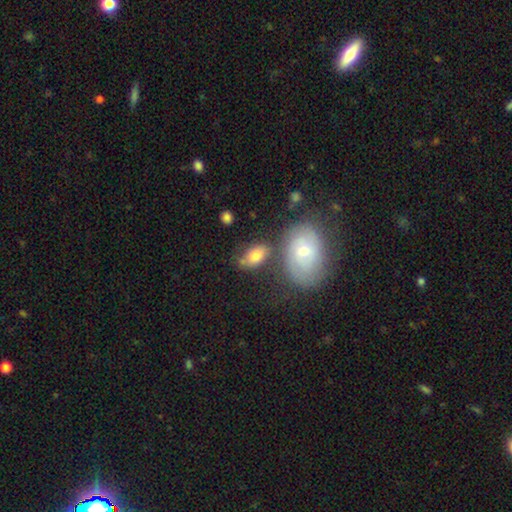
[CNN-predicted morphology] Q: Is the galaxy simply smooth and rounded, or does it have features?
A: smooth — 71%.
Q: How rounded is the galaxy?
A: in between — 86%.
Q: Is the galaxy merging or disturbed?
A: none — 53%.